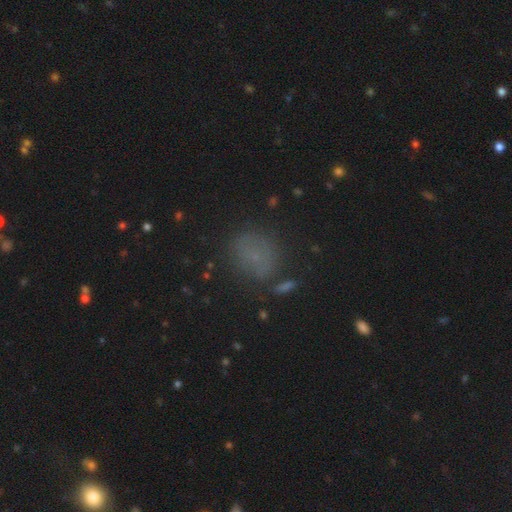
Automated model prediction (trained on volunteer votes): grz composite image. It shows a smooth galaxy with no disk features (63%) that is round (60%). Merging: none (70%).